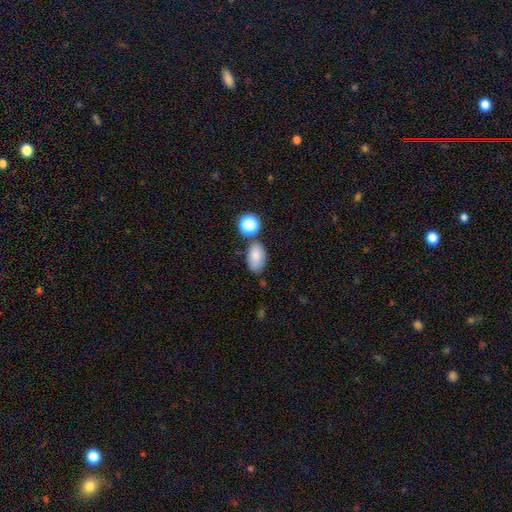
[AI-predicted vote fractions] A smooth galaxy with no disk features (81%) that is in between round and cigar-shaped (90%). Merging: none (67%).